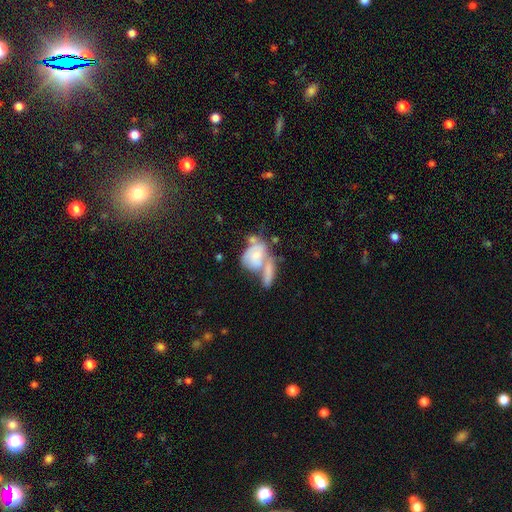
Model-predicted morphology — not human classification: Q: Smooth or featured?
A: smooth (55%); runner-up: featured or disk (37%)
Q: How rounded?
A: in between (70%); runner-up: round (26%)
Q: Merging?
A: merger (60%); runner-up: none (19%)